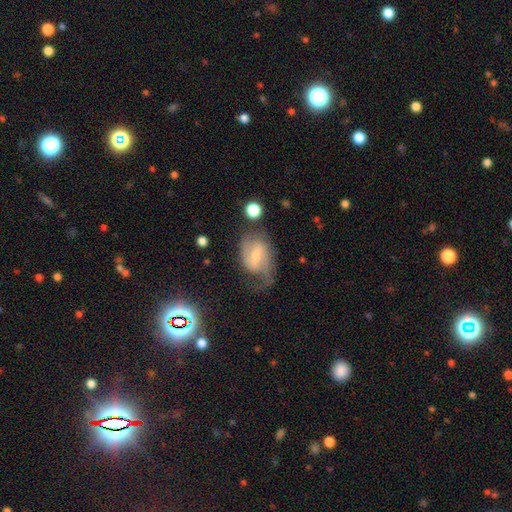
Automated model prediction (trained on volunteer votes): This is likely a featured or disk galaxy (79%). It is clearly not viewed edge-on (97%). Bar: possibly weak (55%). Spiral arm pattern: clearly yes (94%). Spiral arm count: likely 2 (77%). Spiral winding: possibly medium (48%). Central bulge: possibly small (55%). Merging: possibly none (54%).